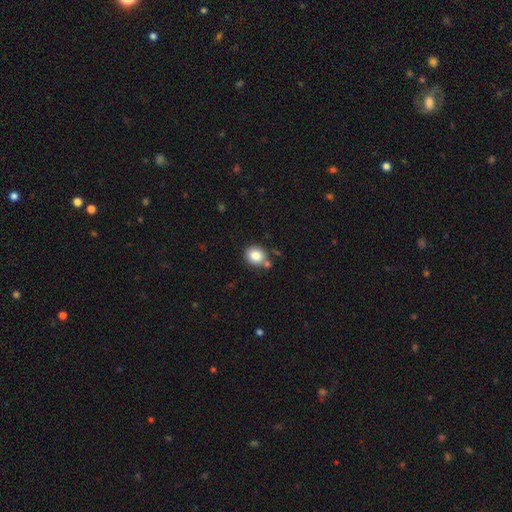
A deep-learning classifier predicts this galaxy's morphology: smooth 82%, star or artifact 10%, featured or disk 8%. Down the decision tree: how rounded — round (77%); merging — none (73%).